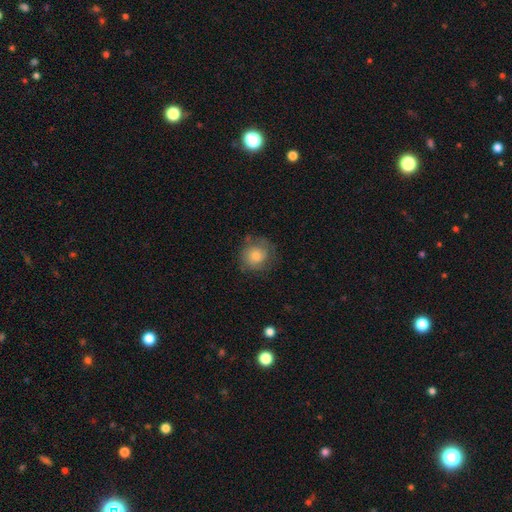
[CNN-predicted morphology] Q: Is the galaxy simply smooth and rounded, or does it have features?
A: smooth — 63%.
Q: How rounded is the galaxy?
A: round — 86%.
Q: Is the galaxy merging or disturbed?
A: none — 70%.